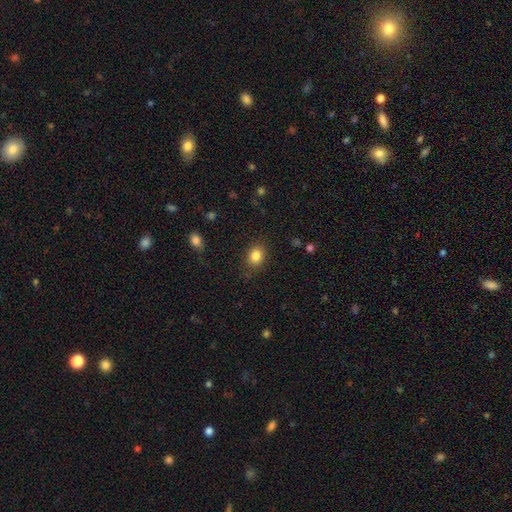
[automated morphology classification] smooth_or_featured: smooth (p=0.84) [alt: star or artifact p=0.10]
how_rounded: round (p=0.52) [alt: in between p=0.47]
merging: none (p=0.85) [alt: minor disturbance p=0.11]